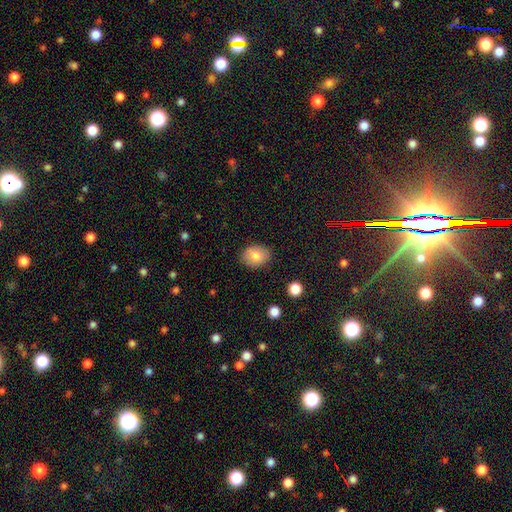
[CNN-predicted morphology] A smooth galaxy with no disk features (79%) that is in between round and cigar-shaped (64%).

Vote fractions:
- Smooth or featured? smooth: 79% / featured or disk: 13% / star or artifact: 8%
- How rounded? in between: 64% / round: 35% / cigar-shaped: 1%
- Merging? none: 86% / minor disturbance: 10% / major disturbance: 2% / merger: 1%